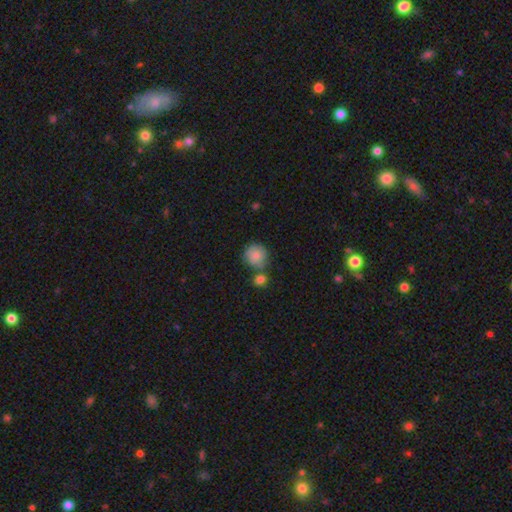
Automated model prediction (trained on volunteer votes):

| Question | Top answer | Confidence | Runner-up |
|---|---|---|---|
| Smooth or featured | smooth | 81% | featured or disk (12%) |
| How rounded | round | 87% | in between (12%) |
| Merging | none | 58% | merger (21%) |